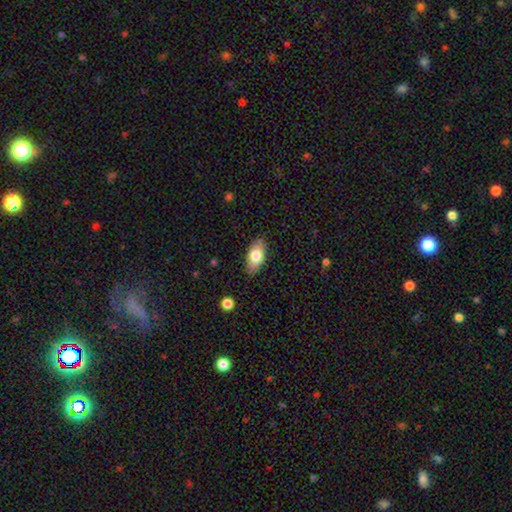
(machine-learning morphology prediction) Q: Smooth or featured?
A: smooth (76%); runner-up: featured or disk (17%)
Q: How rounded?
A: in between (91%); runner-up: cigar-shaped (5%)
Q: Merging?
A: none (85%); runner-up: minor disturbance (11%)